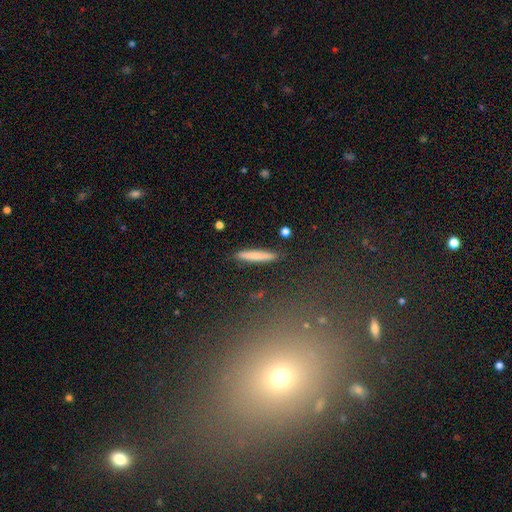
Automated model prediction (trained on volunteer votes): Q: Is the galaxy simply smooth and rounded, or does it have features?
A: smooth — 75%.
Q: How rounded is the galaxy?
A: cigar-shaped — 93%.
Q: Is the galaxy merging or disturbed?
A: none — 88%.